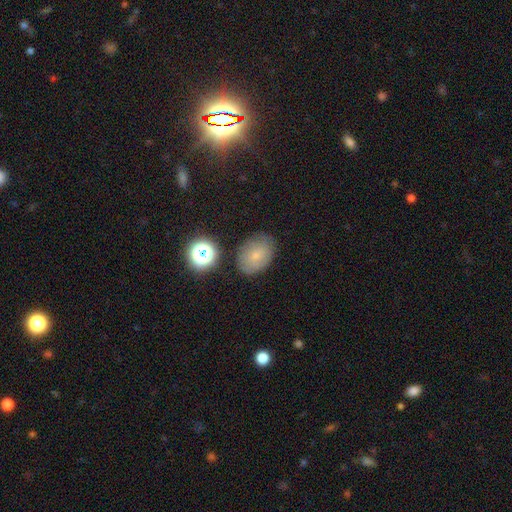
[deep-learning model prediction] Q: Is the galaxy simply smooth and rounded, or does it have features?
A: smooth — 66%.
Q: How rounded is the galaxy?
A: in between — 71%.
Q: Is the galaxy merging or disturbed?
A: none — 75%.